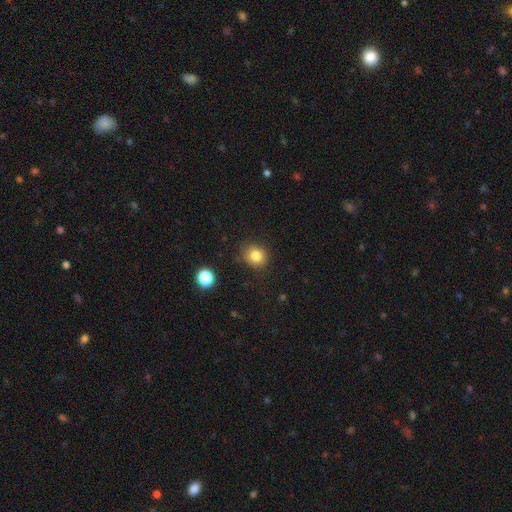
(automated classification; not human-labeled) Smooth or featured?
  - smooth: 81% *
  - star or artifact: 13%
  - featured or disk: 7%
How rounded?
  - round: 80% *
  - in between: 19%
  - cigar-shaped: 1%
Merging?
  - none: 81% *
  - minor disturbance: 13%
  - major disturbance: 3%
  - merger: 2%